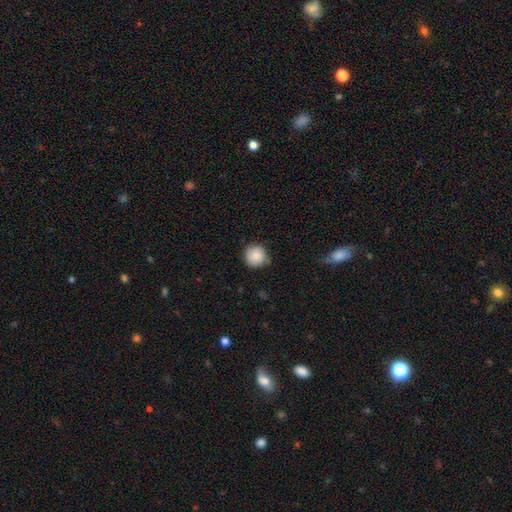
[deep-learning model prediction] smooth-or-featured: smooth: 84% | star or artifact: 8% | featured or disk: 8%
  how-rounded: round: 94% | in between: 5% | cigar-shaped: 1%
  merging: none: 78% | minor disturbance: 17% | major disturbance: 3% | merger: 2%